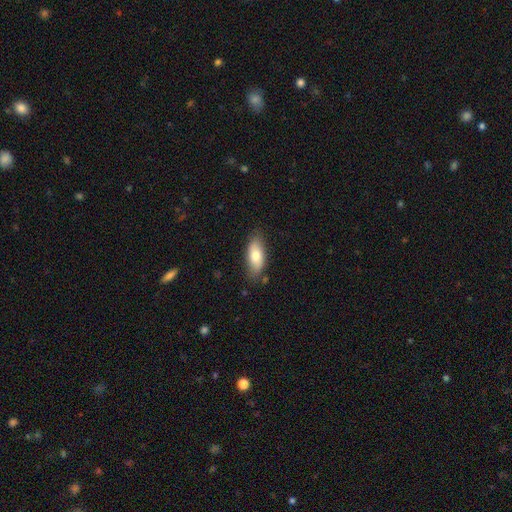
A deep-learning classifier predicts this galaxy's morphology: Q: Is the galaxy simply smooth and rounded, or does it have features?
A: smooth — 75%.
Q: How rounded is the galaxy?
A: in between — 83%.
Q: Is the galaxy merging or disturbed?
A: none — 80%.